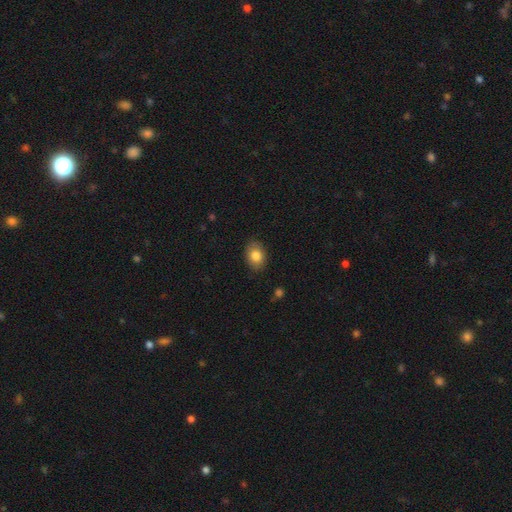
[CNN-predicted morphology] smooth_or_featured: smooth (p=0.83) [alt: featured or disk p=0.09]
how_rounded: in between (p=0.76) [alt: round p=0.23]
merging: none (p=0.85) [alt: minor disturbance p=0.11]